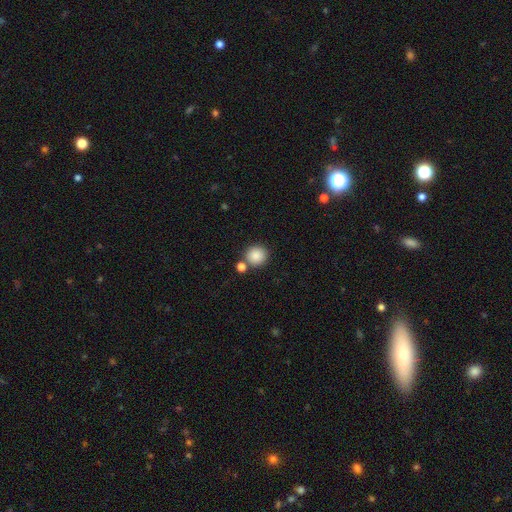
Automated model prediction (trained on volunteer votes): Smooth or featured?
  - smooth: 87% *
  - star or artifact: 9%
  - featured or disk: 4%
How rounded?
  - round: 89% *
  - in between: 10%
  - cigar-shaped: 1%
Merging?
  - none: 75% *
  - merger: 14%
  - minor disturbance: 8%
  - major disturbance: 3%